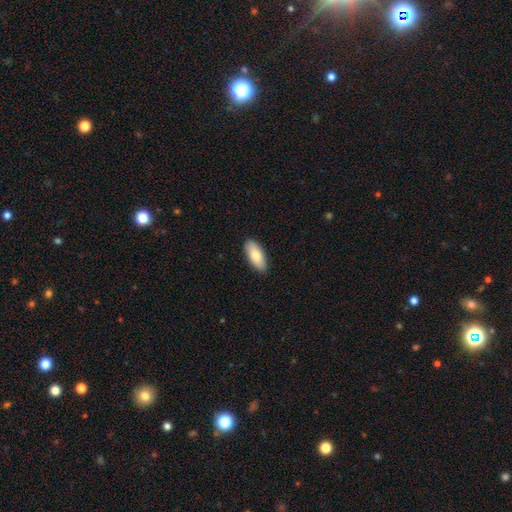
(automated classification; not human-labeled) Smooth or featured? Predicted: smooth (p=0.81). How rounded? Predicted: in between (p=0.86). Merging? Predicted: none (p=0.89).